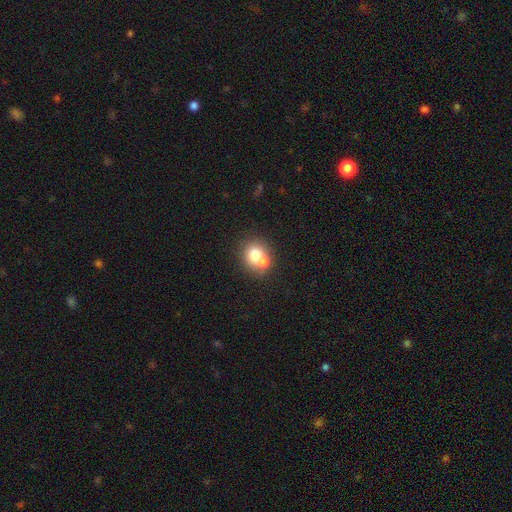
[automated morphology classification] Smooth or featured: smooth — 70% (featured or disk — 19%)
How rounded: round — 74% (in between — 25%)
Merging: merger — 52% (none — 38%)